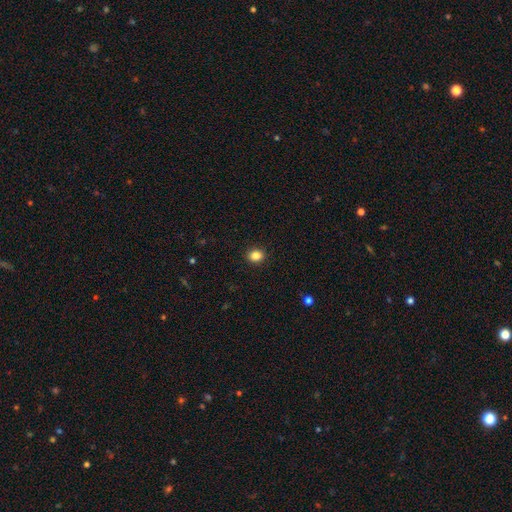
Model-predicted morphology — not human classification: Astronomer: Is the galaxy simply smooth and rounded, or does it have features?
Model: smooth — 85%.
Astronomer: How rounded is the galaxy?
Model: round — 64%.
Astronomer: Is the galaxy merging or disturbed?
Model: none — 91%.